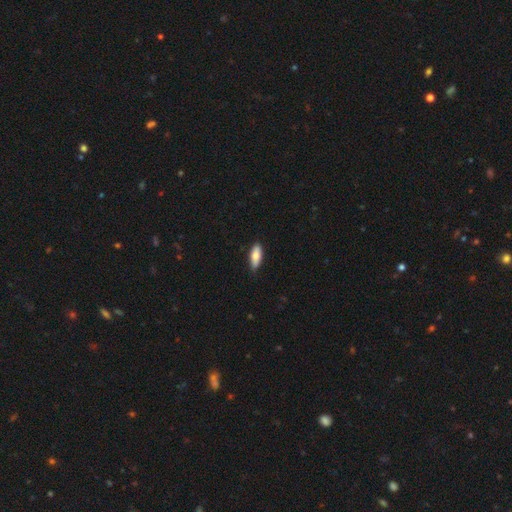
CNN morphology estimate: smooth-or-featured: smooth: 79% | featured or disk: 15% | star or artifact: 6%
  how-rounded: in between: 71% | cigar-shaped: 27% | round: 2%
  merging: none: 84% | minor disturbance: 13% | major disturbance: 2% | merger: 1%